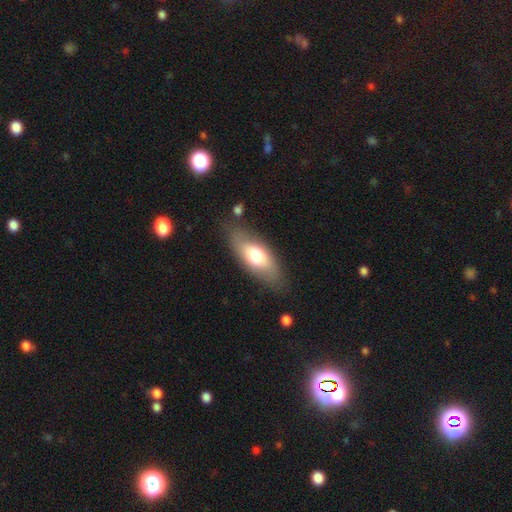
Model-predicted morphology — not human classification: Smooth or featured? Predicted: smooth (p=0.65). How rounded? Predicted: in between (p=0.79). Merging? Predicted: none (p=0.78).